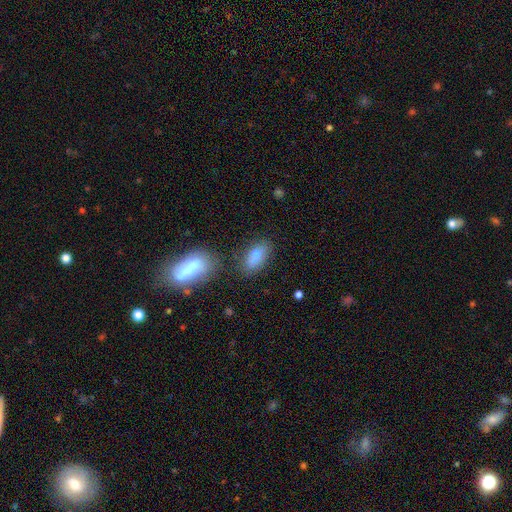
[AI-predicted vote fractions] A smooth galaxy with no disk features (77%) that is in between round and cigar-shaped (87%). Merging: none (66%).